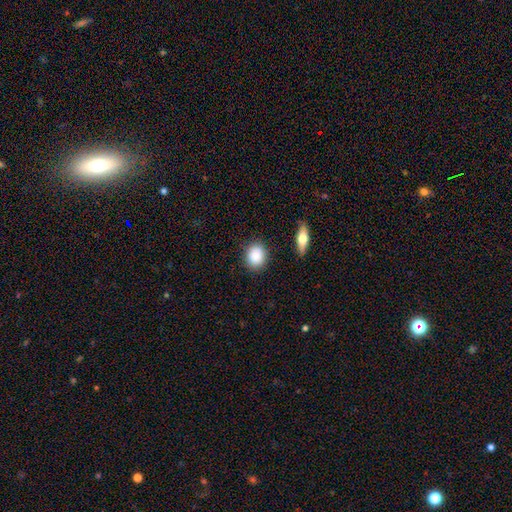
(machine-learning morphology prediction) Smooth or featured?
  - smooth: 87% *
  - star or artifact: 7%
  - featured or disk: 6%
How rounded?
  - round: 50% *
  - in between: 48%
  - cigar-shaped: 2%
Merging?
  - none: 84% *
  - minor disturbance: 10%
  - merger: 3%
  - major disturbance: 3%